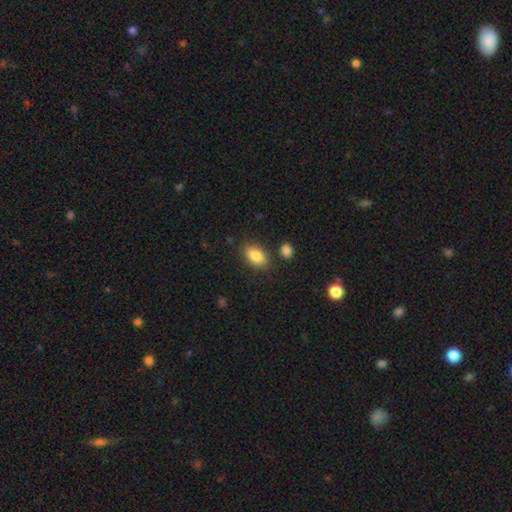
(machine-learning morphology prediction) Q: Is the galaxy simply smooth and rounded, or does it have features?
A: smooth — 85%.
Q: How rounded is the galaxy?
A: in between — 90%.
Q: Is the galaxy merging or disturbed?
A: none — 81%.